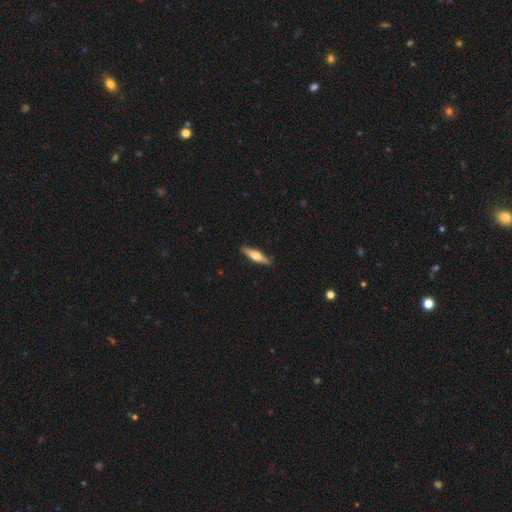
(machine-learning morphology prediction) featured or disk 57%, smooth 38%, star or artifact 5%. Down the decision tree: edge-on disk — yes (96%); edge-on bulge — rounded (92%); merging — none (90%).